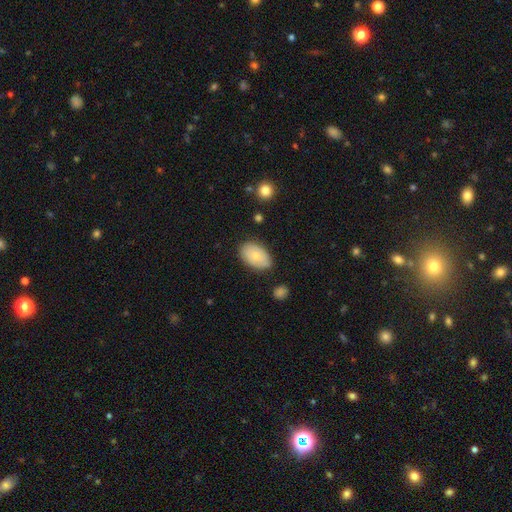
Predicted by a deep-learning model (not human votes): This appears to be a smooth galaxy with no disk features (72%) that is in between round and cigar-shaped (91%). Merging: none (78%).